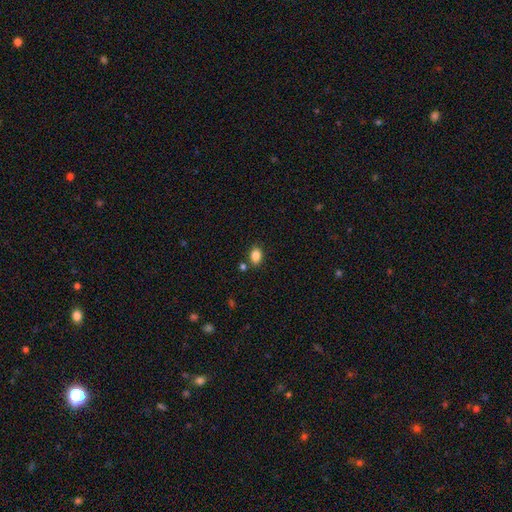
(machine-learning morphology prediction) A smooth galaxy with no disk features (85%) that is in between round and cigar-shaped (76%). Merging: none (80%).